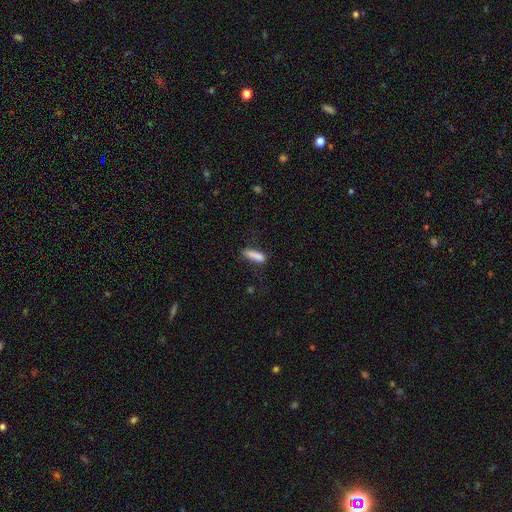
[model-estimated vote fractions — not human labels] The model was most divided on "how rounded": cigar-shaped: 67%, in between: 31%, round: 2%. More confident: smooth or featured — smooth (85%); merging — none (68%).